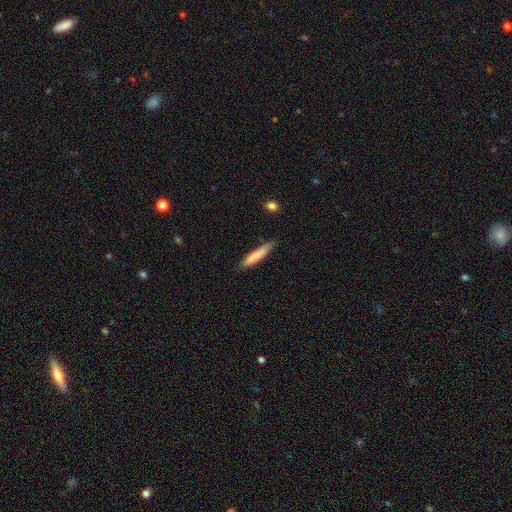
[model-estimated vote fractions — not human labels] This appears to be a smooth galaxy with no disk features (79%) that is cigar-shaped (90%). Merging: none (80%).